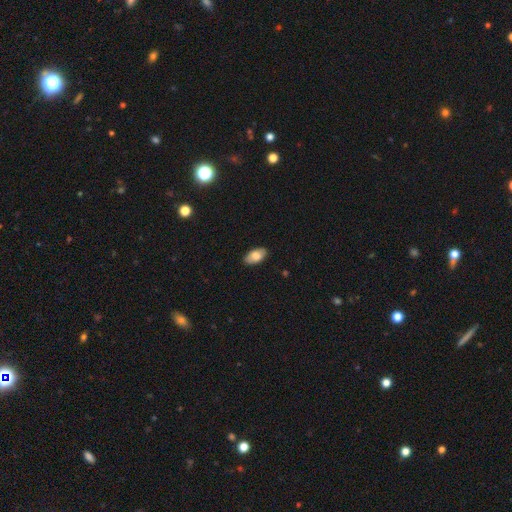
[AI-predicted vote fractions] Smooth or featured? smooth (79%)
How rounded? in between (95%)
Merging? none (88%)